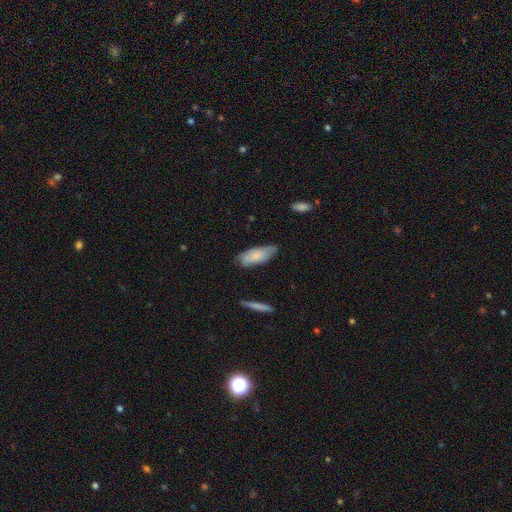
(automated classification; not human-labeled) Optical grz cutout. It shows a smooth galaxy with no disk features (69%) that is in between round and cigar-shaped (74%). Merging: none (64%).